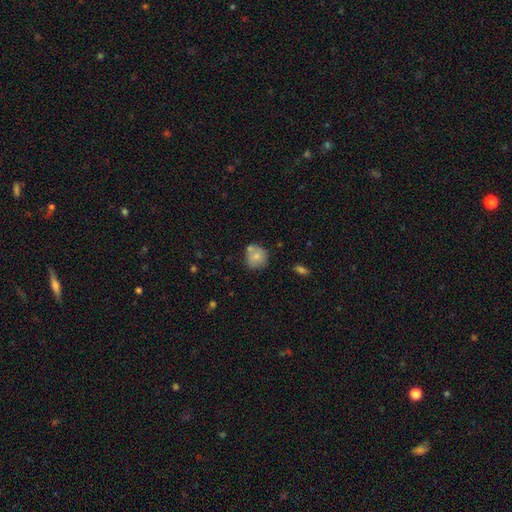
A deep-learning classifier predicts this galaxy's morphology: Smooth or featured? smooth (75%)
How rounded? round (82%)
Merging? none (61%)